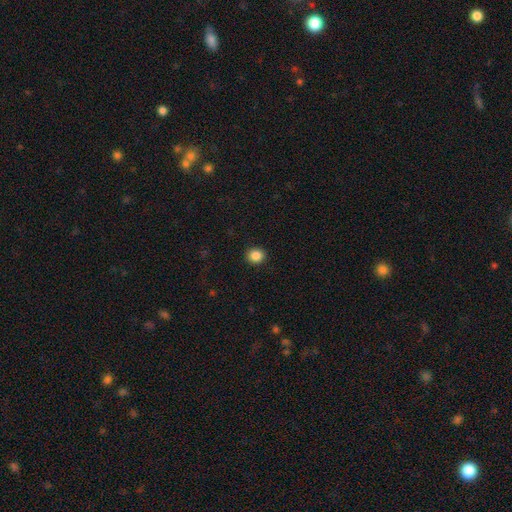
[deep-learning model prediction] Smooth or featured?
  - smooth: 87% *
  - star or artifact: 10%
  - featured or disk: 3%
How rounded?
  - round: 83% *
  - in between: 16%
  - cigar-shaped: 1%
Merging?
  - none: 92% *
  - minor disturbance: 5%
  - major disturbance: 2%
  - merger: 1%